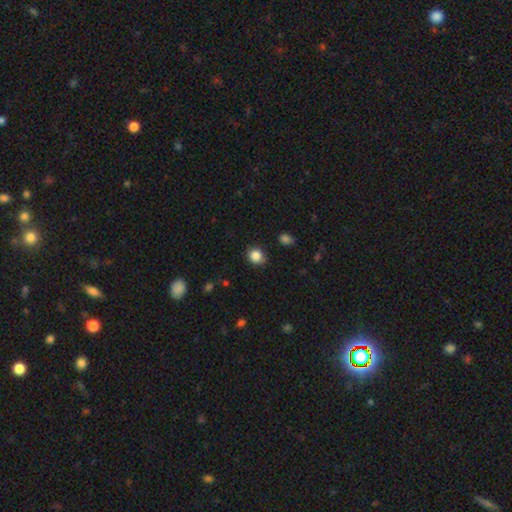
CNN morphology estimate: Smooth or featured? Predicted: smooth (p=0.86). How rounded? Predicted: round (p=0.74). Merging? Predicted: none (p=0.86).